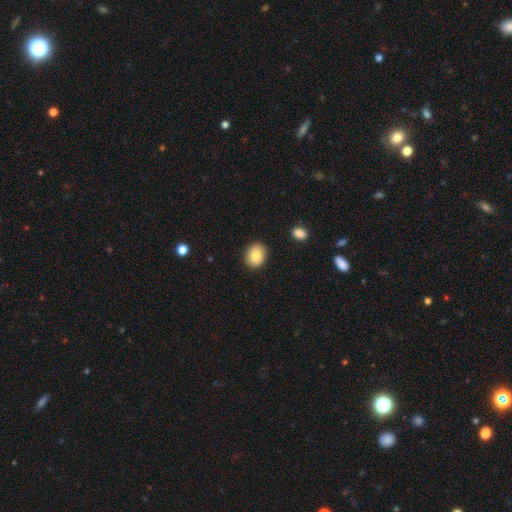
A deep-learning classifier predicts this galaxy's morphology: type=smooth (85%); roundness=round (53%); merging=none (89%).